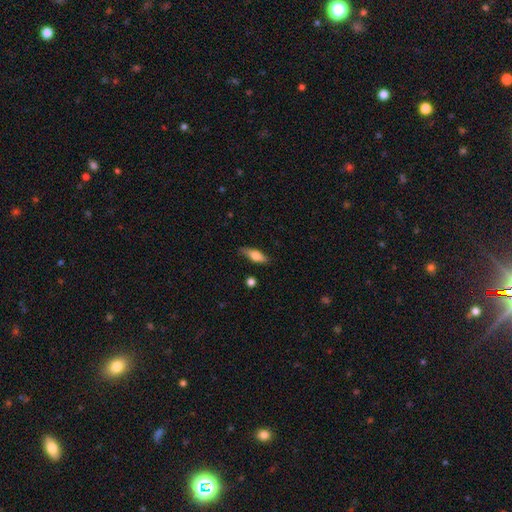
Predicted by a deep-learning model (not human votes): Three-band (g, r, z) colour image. It shows a smooth galaxy with no disk features (64%) that is in between round and cigar-shaped (57%). Merging: none (76%).